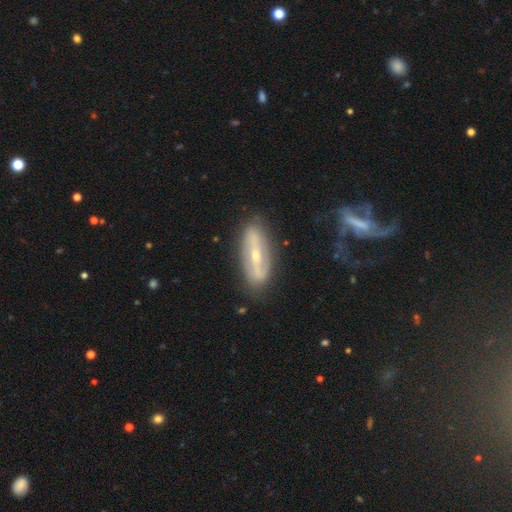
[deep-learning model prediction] Smooth or featured? featured or disk (76%)
Edge-on disk? no (77%)
Bar? strong (61%)
Spiral arms? yes (66%)
Bulge size? small (59%)
Merging? none (78%)